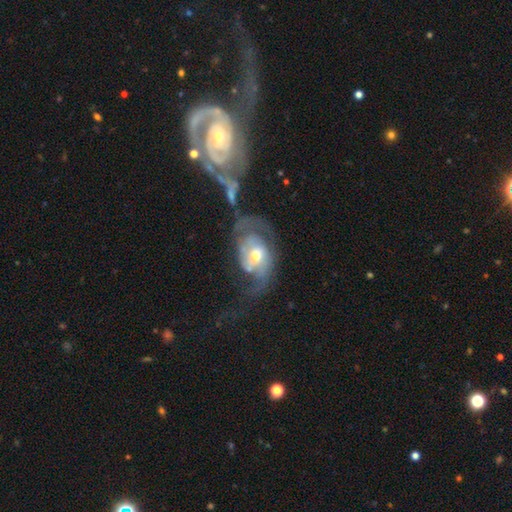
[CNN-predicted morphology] Smooth or featured? featured or disk (71%)
Edge-on disk? no (95%)
Bar? no (63%)
Spiral arms? yes (77%)
Spiral winding? loose (40%)
Spiral arm count? 2 (60%)
Bulge size? moderate (64%)
Merging? major disturbance (43%)